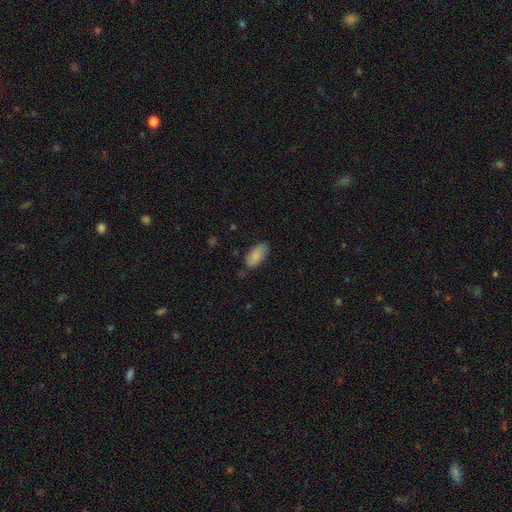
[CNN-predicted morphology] This is clearly a smooth galaxy (85%). How rounded: clearly in between (93%). Merging: likely none (76%).